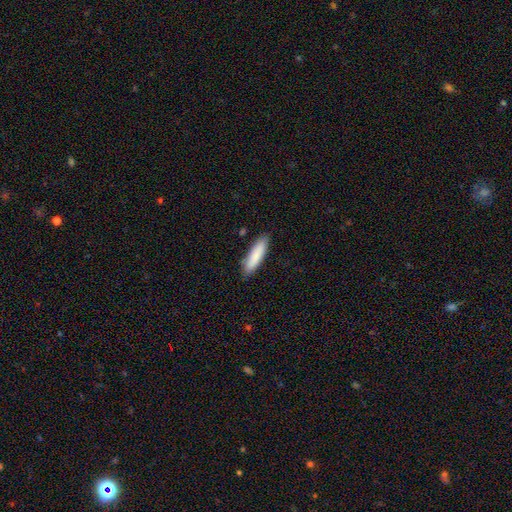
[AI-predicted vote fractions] Morphology: type=smooth (85%); roundness=cigar-shaped (64%); merging=none (85%).